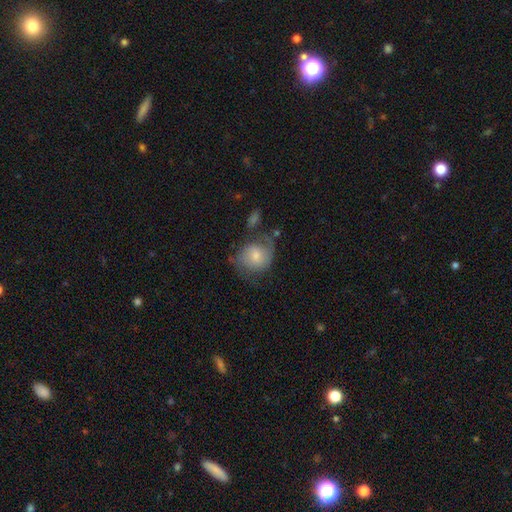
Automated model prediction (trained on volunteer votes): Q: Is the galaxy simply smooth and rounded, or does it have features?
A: smooth — 51%.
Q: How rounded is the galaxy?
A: round — 67%.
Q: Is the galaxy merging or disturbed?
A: none — 44%.